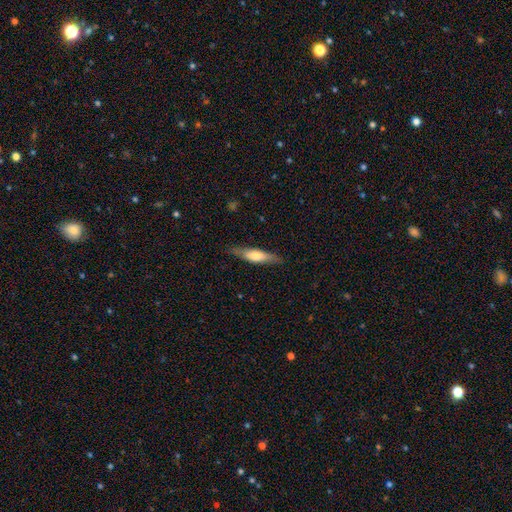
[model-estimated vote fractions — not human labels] Morphology: type=smooth (51%); roundness=cigar-shaped (78%); merging=none (86%).